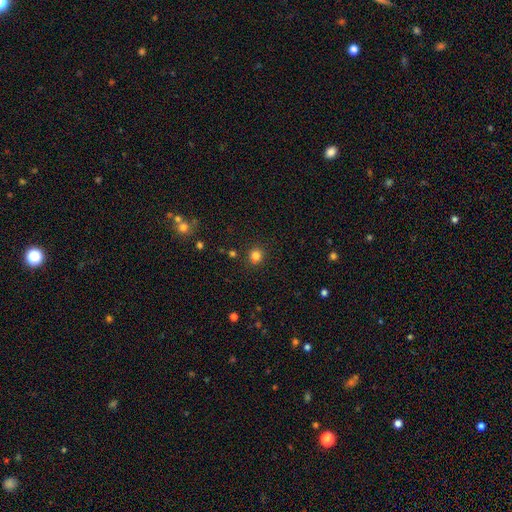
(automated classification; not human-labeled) smooth 81%, star or artifact 14%, featured or disk 5%. Down the decision tree: how rounded — round (85%); merging — none (85%).